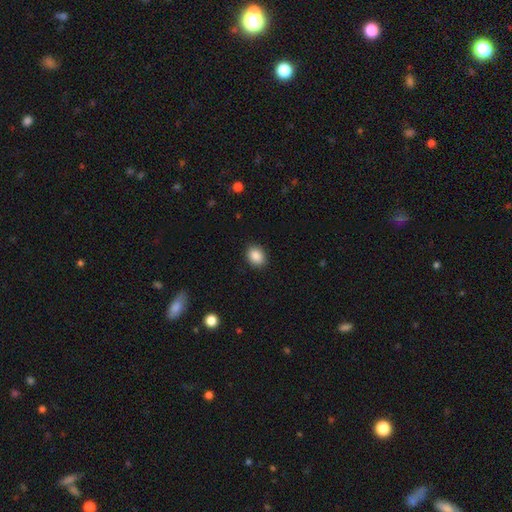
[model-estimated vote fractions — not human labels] This appears to be a smooth galaxy with no disk features (88%) that is in between round and cigar-shaped (57%). Merging: none (89%).